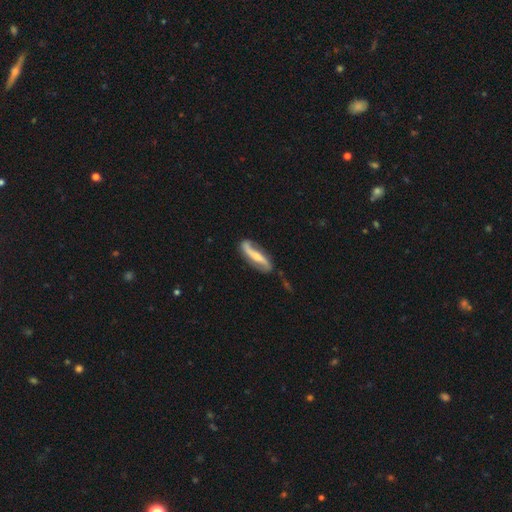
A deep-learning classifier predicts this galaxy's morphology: type=featured or disk (77%); edge-on=no (82%); bar=strong (43%); spiral arms=yes (93%); winding=loose (69%); arm count=2 (91%); bulge=small (47%); merging=none (74%).